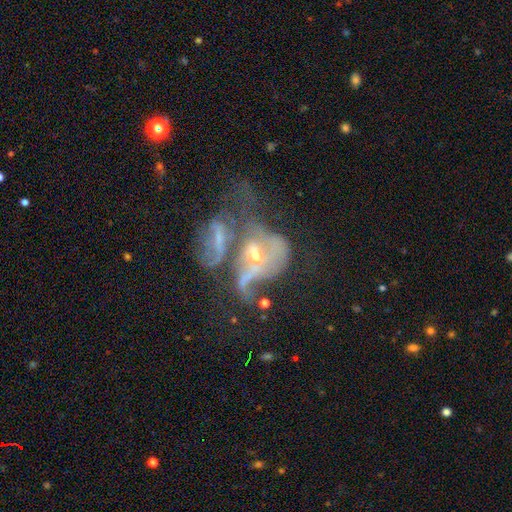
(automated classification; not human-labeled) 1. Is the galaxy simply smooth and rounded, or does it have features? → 69% featured or disk, 19% smooth, 13% star or artifact.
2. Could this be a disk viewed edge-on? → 94% no, 6% yes.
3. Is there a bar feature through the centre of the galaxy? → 67% no, 24% weak, 10% strong.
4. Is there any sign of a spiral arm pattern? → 59% yes, 41% no.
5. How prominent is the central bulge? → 47% small, 45% moderate, 4% none, 3% large, 1% dominant.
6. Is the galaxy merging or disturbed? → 65% merger, 20% major disturbance, 9% none, 6% minor disturbance.